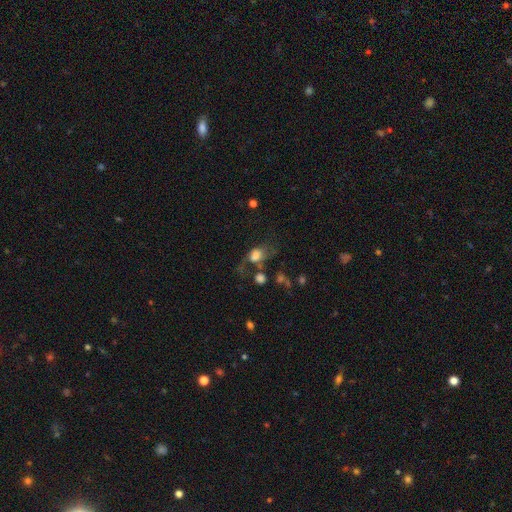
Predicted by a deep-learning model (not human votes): smooth_or_featured: smooth (p=0.57) [alt: featured or disk p=0.30]
how_rounded: in between (p=0.58) [alt: round p=0.40]
merging: major disturbance (p=0.40) [alt: none p=0.25]